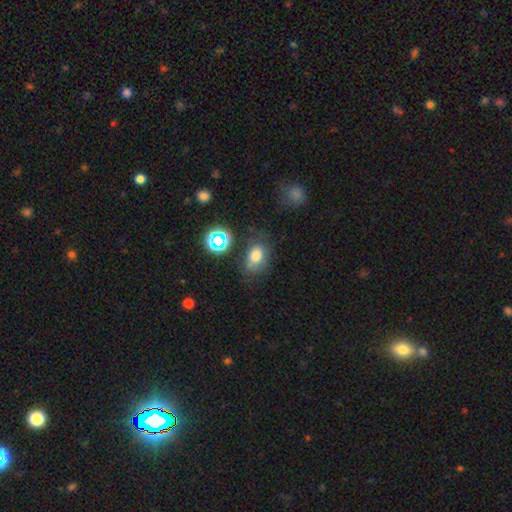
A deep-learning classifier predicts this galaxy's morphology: This is likely a smooth galaxy (73%). How rounded: likely in between (75%). Merging: likely none (63%).